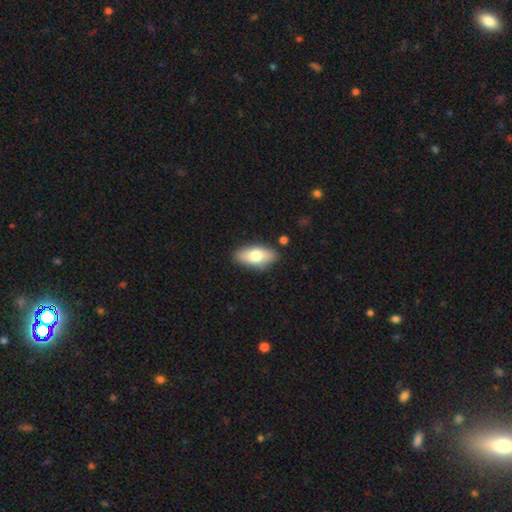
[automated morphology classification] smooth_or_featured: smooth (p=0.73) [alt: featured or disk p=0.21]
how_rounded: in between (p=0.87) [alt: cigar-shaped p=0.10]
merging: none (p=0.84) [alt: minor disturbance p=0.12]